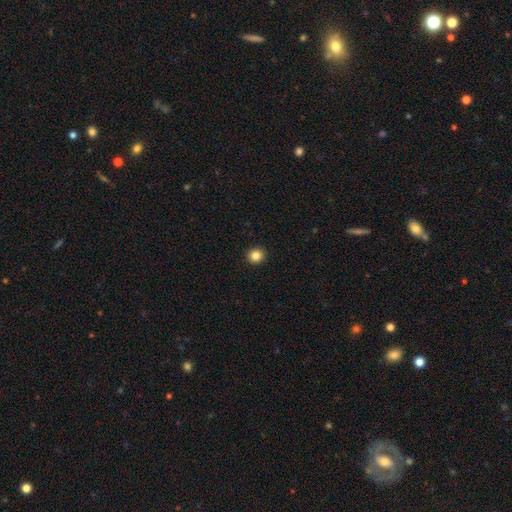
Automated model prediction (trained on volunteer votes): A smooth galaxy with no disk features (85%) that is round (90%). Merging: none (93%).